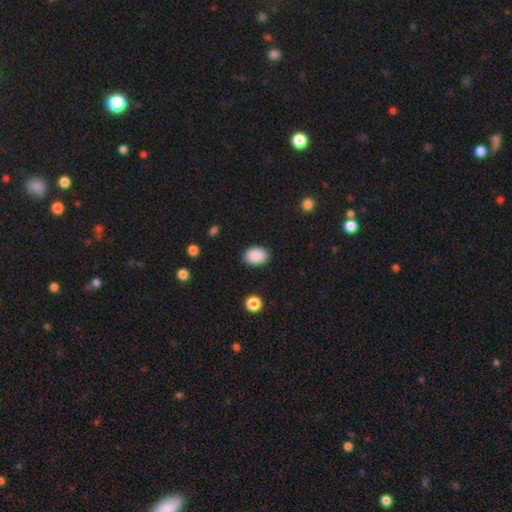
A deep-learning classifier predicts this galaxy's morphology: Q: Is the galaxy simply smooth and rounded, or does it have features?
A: smooth — 89%.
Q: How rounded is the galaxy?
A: in between — 77%.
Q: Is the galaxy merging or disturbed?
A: none — 87%.